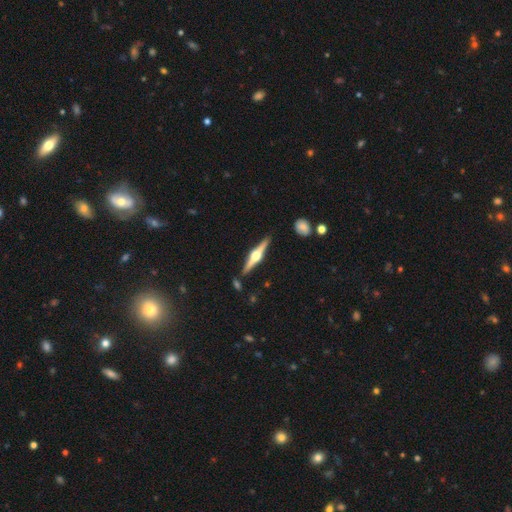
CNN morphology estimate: featured or disk 82%, smooth 13%, star or artifact 5%. Down the decision tree: edge-on disk — yes (98%); edge-on bulge — rounded (95%); merging — none (88%).